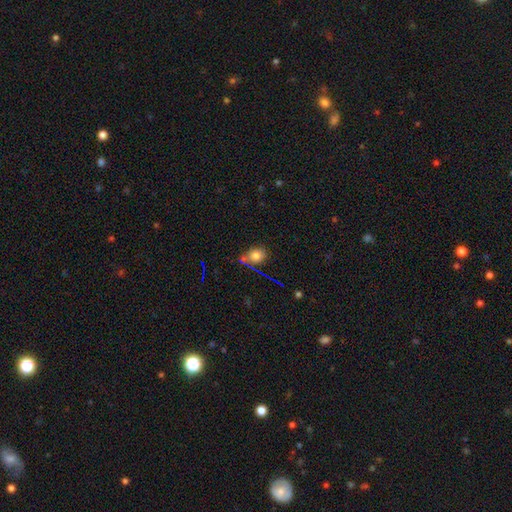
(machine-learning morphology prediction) Q: Smooth or featured?
A: smooth (75%); runner-up: star or artifact (15%)
Q: How rounded?
A: in between (52%); runner-up: round (46%)
Q: Merging?
A: none (68%); runner-up: minor disturbance (19%)